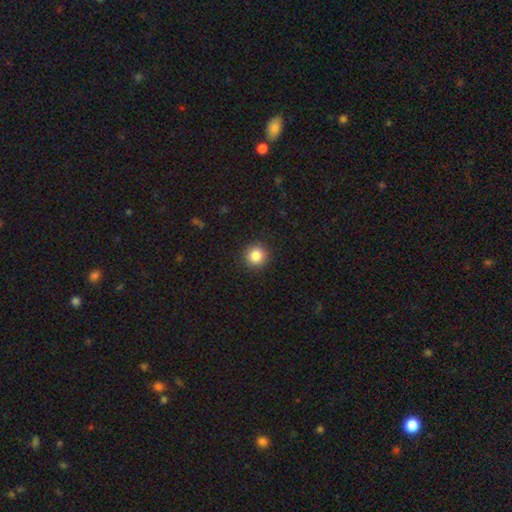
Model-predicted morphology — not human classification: smooth 86%, star or artifact 10%, featured or disk 4%. Down the decision tree: how rounded — round (94%); merging — none (92%).